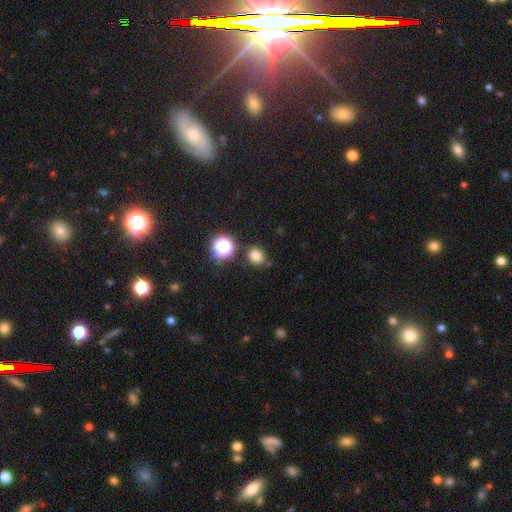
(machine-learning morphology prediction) Q: Smooth or featured?
A: smooth (77%); runner-up: star or artifact (17%)
Q: How rounded?
A: round (71%); runner-up: in between (28%)
Q: Merging?
A: none (75%); runner-up: minor disturbance (15%)